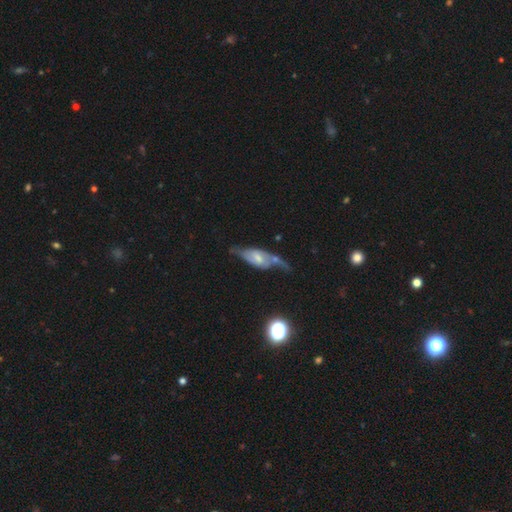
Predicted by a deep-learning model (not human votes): Smooth or featured?
  - featured or disk: 66% *
  - smooth: 22%
  - star or artifact: 12%
Edge-on disk?
  - no: 56% *
  - yes: 44%
Merging?
  - none: 52% *
  - minor disturbance: 25%
  - major disturbance: 16%
  - merger: 7%